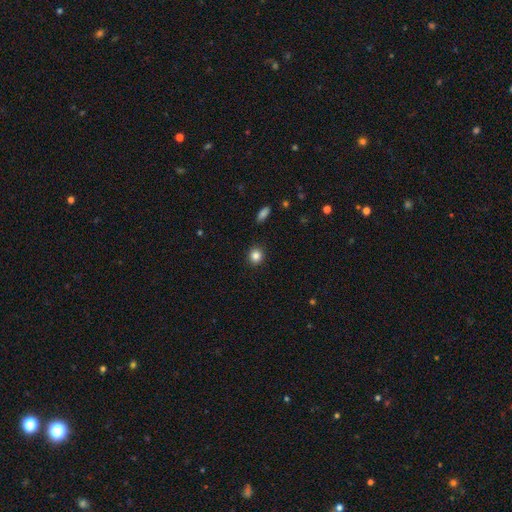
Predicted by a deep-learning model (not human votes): smooth 84%, star or artifact 11%, featured or disk 5%. Down the decision tree: how rounded — round (88%); merging — none (91%).